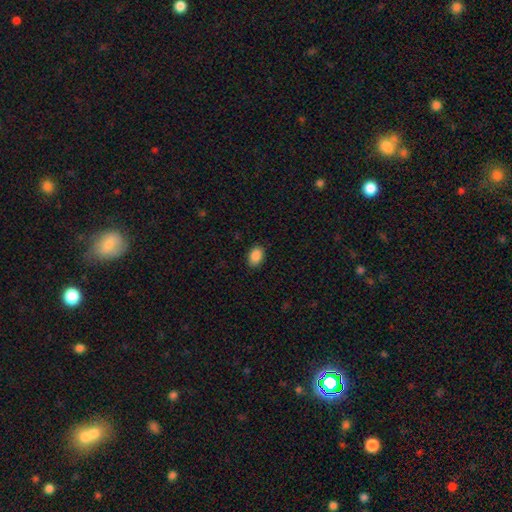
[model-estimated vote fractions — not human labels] smooth 88%, star or artifact 8%, featured or disk 4%. Down the decision tree: how rounded — in between (82%); merging — none (88%).